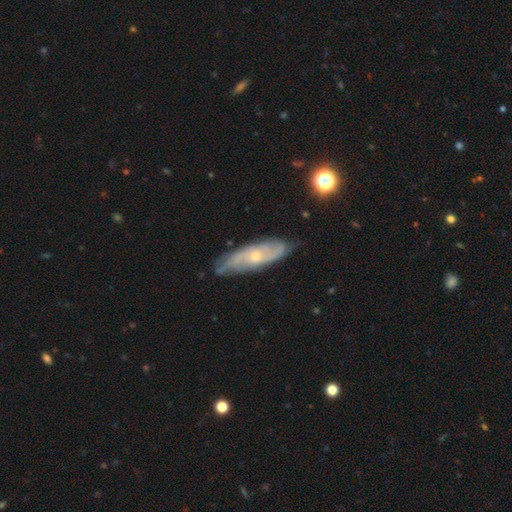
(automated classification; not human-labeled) smooth_or_featured: featured or disk (p=0.75) [alt: smooth p=0.19]
disk_edge_on: no (p=0.80) [alt: yes p=0.20]
bar: no (p=0.68) [alt: weak p=0.27]
has_spiral_arms: yes (p=0.90) [alt: no p=0.10]
spiral_winding: medium (p=0.40) [alt: tight p=0.39]
spiral_arm_count: 2 (p=0.47) [alt: can't tell p=0.33]
bulge_size: small (p=0.62) [alt: moderate p=0.35]
merging: none (p=0.76) [alt: minor disturbance p=0.19]